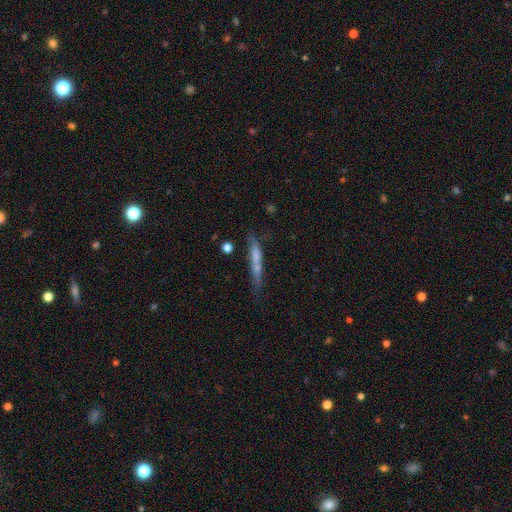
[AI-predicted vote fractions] smooth 51%, featured or disk 40%, star or artifact 10%. Down the decision tree: how rounded — cigar-shaped (92%); merging — none (62%).